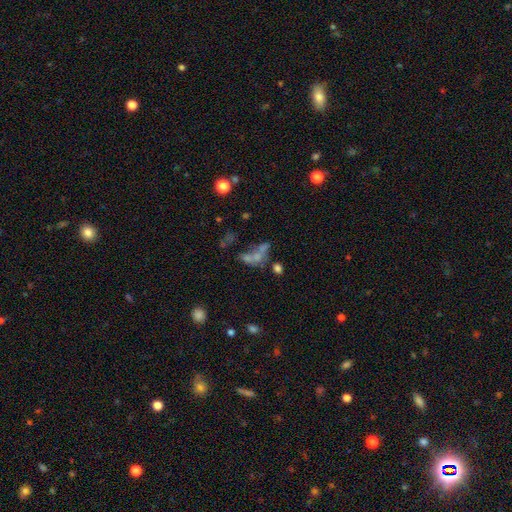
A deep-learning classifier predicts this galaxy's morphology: smooth_or_featured: smooth (p=0.44) [alt: featured or disk p=0.34]
merging: merger (p=0.47) [alt: none p=0.24]